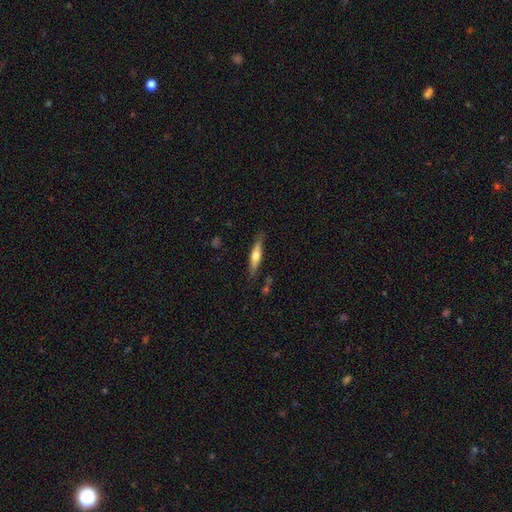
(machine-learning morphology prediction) smooth-or-featured: smooth: 47% (tied) | featured or disk: 47% (tied) | star or artifact: 6%
  merging: none: 82% | minor disturbance: 13% | major disturbance: 3% | merger: 2%